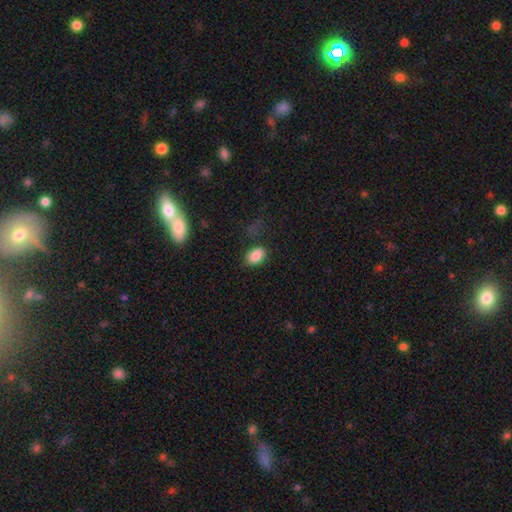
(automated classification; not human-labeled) A smooth galaxy with no disk features (85%) that is in between round and cigar-shaped (84%). Merging: none (76%).